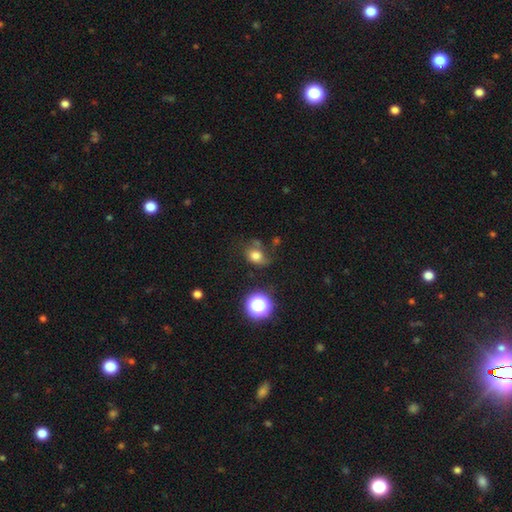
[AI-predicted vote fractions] A smooth galaxy with no disk features (74%) that is round (52%). Merging: none (47%).